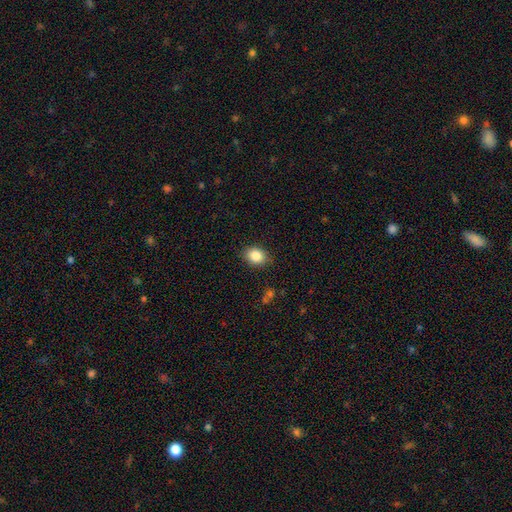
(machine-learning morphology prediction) smooth_or_featured: smooth (p=0.86) [alt: star or artifact p=0.09]
how_rounded: in between (p=0.55) [alt: round p=0.44]
merging: none (p=0.86) [alt: minor disturbance p=0.10]